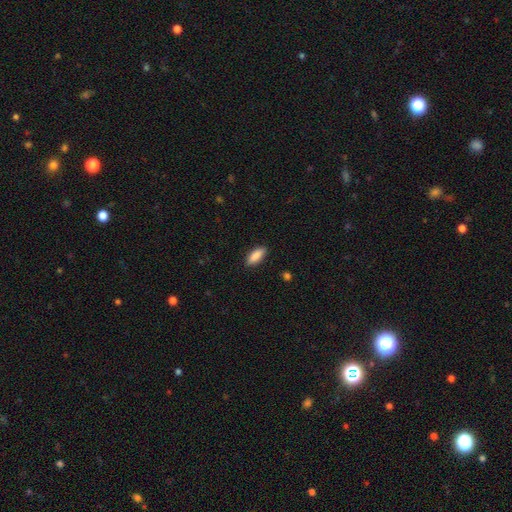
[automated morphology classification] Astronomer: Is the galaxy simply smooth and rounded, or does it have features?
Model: smooth — 88%.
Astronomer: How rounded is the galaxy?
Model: in between — 73%.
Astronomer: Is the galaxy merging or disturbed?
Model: none — 89%.